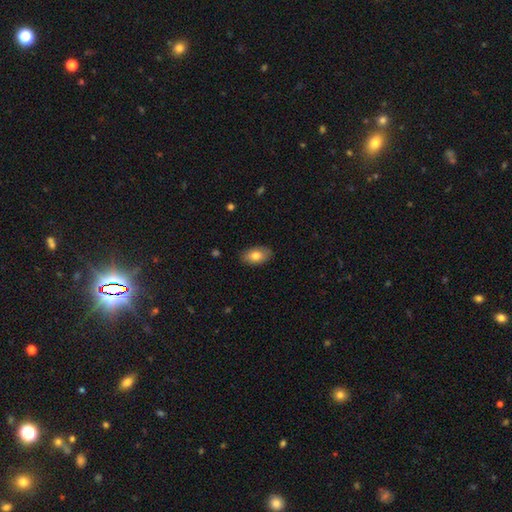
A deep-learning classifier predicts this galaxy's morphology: Overall: smooth (79%). How rounded: in between (92%). Merging: none (86%).